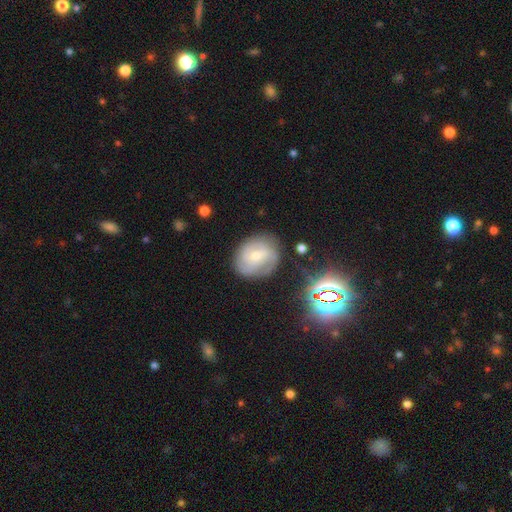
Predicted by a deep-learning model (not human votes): smooth_or_featured: featured or disk (p=0.61) [alt: smooth p=0.30]
disk_edge_on: no (p=0.97) [alt: yes p=0.03]
bar: no (p=0.59) [alt: weak p=0.34]
has_spiral_arms: yes (p=0.85) [alt: no p=0.15]
spiral_winding: tight (p=0.49) [alt: medium p=0.37]
spiral_arm_count: can't tell (p=0.35) [alt: 2 p=0.28]
bulge_size: small (p=0.60) [alt: moderate p=0.35]
merging: none (p=0.72) [alt: minor disturbance p=0.19]